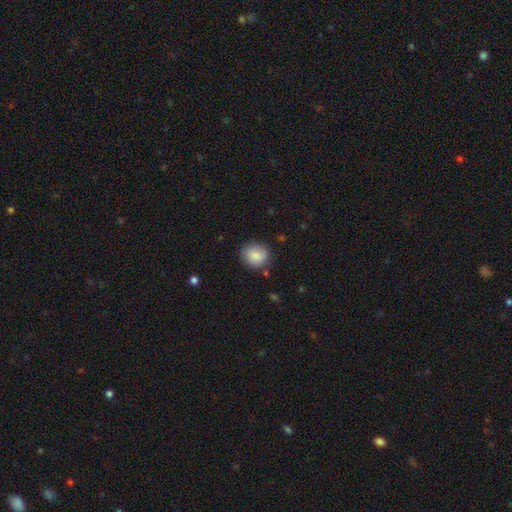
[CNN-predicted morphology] smooth_or_featured: smooth (p=0.86) [alt: star or artifact p=0.08]
how_rounded: round (p=0.76) [alt: in between p=0.23]
merging: none (p=0.80) [alt: minor disturbance p=0.14]